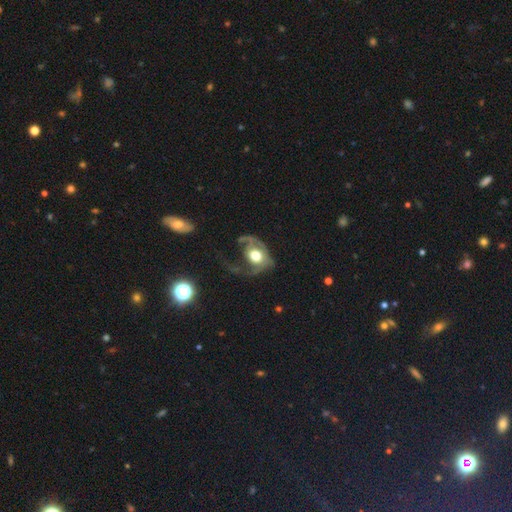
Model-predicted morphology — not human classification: Smooth or featured: featured or disk — 59% (smooth — 33%)
Edge-on disk: no — 96% (yes — 4%)
Bar: no — 80% (weak — 16%)
Spiral arms: yes — 64% (no — 36%)
Bulge size: moderate — 53% (large — 37%)
Merging: major disturbance — 56% (none — 23%)